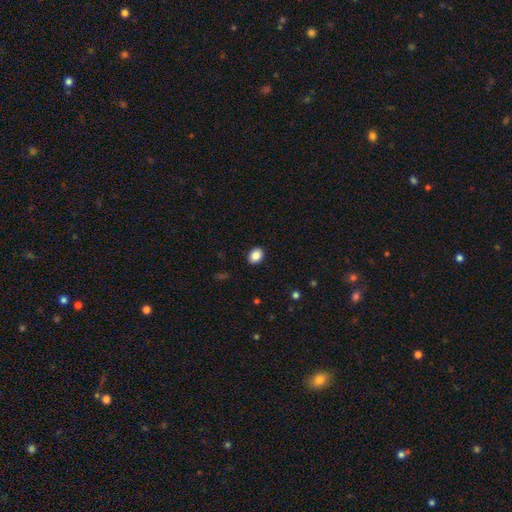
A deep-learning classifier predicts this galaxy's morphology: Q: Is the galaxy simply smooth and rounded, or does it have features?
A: smooth — 87%.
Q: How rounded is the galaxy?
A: in between — 67%.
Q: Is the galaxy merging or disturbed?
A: none — 90%.